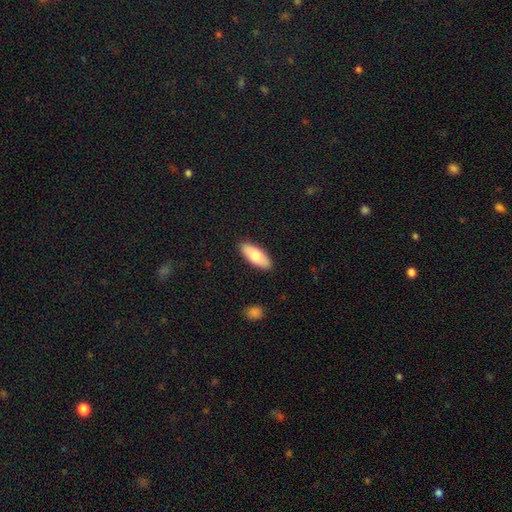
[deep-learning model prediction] This is likely a smooth galaxy (71%). How rounded: likely in between (79%). Merging: clearly none (90%).